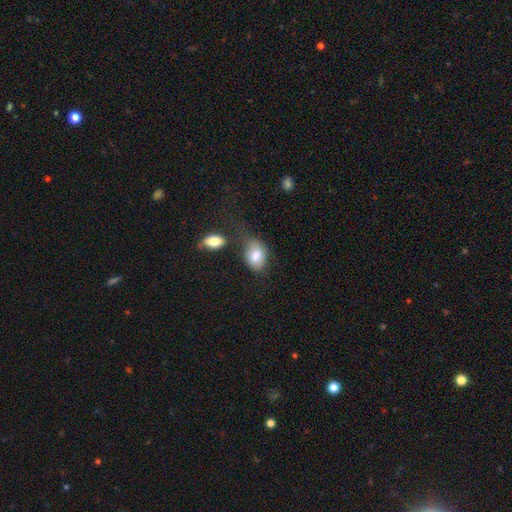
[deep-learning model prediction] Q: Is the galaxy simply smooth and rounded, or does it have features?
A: smooth — 80%.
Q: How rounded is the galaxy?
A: in between — 81%.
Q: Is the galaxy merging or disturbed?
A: none — 40%.